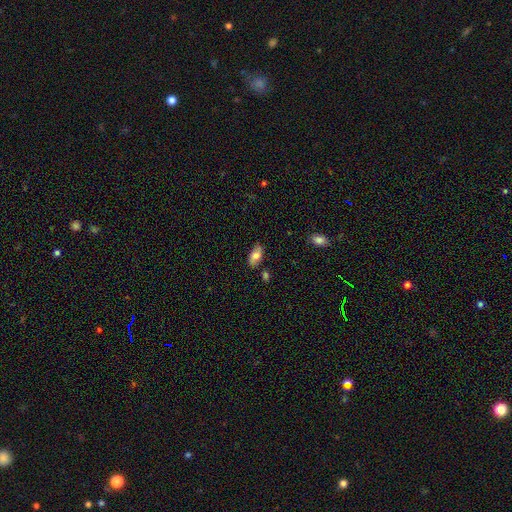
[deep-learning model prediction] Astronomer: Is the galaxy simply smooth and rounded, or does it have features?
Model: smooth — 75%.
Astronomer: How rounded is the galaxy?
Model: in between — 92%.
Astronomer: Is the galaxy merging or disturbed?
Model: none — 76%.